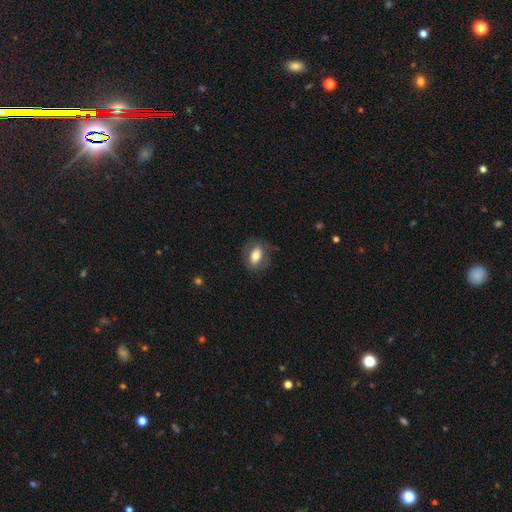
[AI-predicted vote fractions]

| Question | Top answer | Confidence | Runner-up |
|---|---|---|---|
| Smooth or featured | smooth | 67% | featured or disk (25%) |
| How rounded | in between | 81% | round (16%) |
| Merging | none | 74% | minor disturbance (17%) |